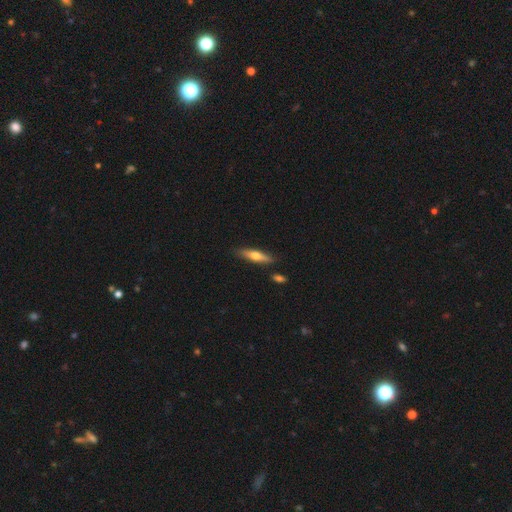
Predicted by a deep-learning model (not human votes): Q: Smooth or featured?
A: smooth (51%); runner-up: featured or disk (43%)
Q: How rounded?
A: cigar-shaped (76%); runner-up: in between (22%)
Q: Merging?
A: none (83%); runner-up: minor disturbance (11%)